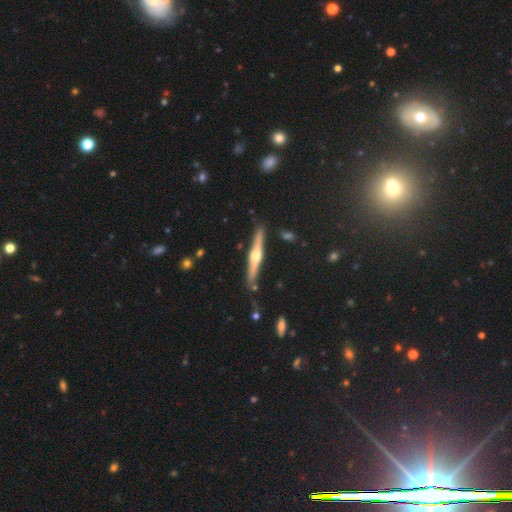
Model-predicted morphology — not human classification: Smooth or featured: featured or disk — 69% (smooth — 25%)
Edge-on disk: yes — 97% (no — 3%)
Edge-on bulge: rounded — 91% (none — 4%)
Merging: none — 87% (minor disturbance — 9%)